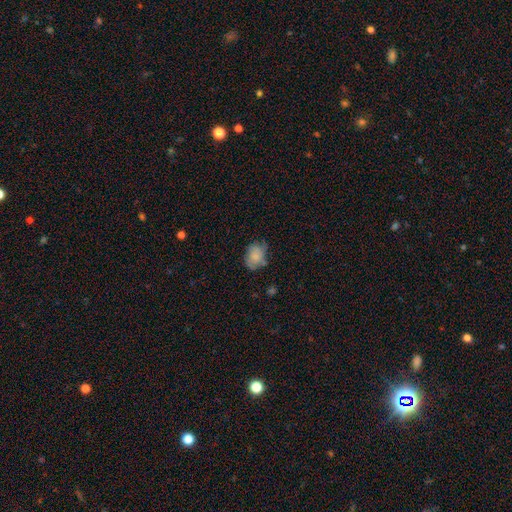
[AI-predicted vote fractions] This appears to be a smooth galaxy with no disk features (74%) that is in between round and cigar-shaped (70%). Merging: none (53%).